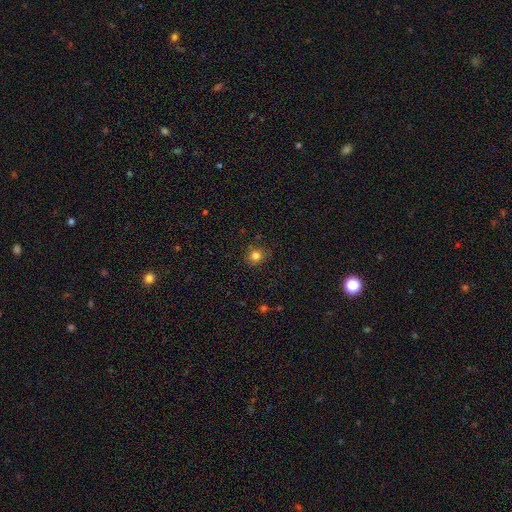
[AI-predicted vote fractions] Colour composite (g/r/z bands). It shows a smooth galaxy with no disk features (81%) that is round (77%). Merging: none (83%).